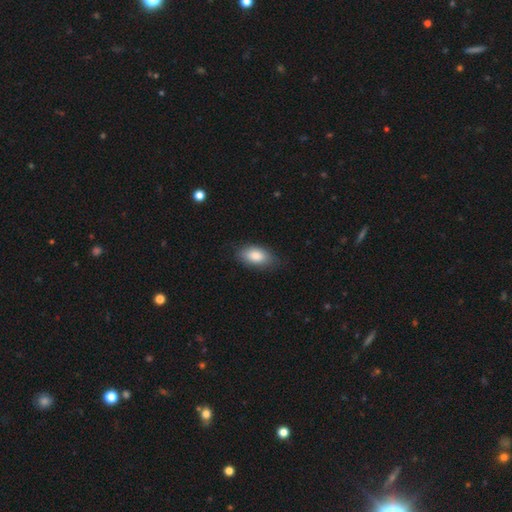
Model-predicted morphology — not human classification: Smooth or featured: smooth — 85% (featured or disk — 9%)
How rounded: in between — 91% (cigar-shaped — 5%)
Merging: none — 78% (minor disturbance — 17%)